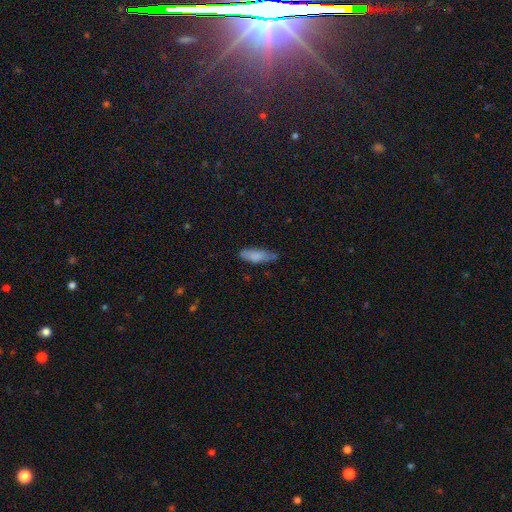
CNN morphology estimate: A smooth galaxy with no disk features (81%) that is in between round and cigar-shaped (54%). Merging: none (67%).